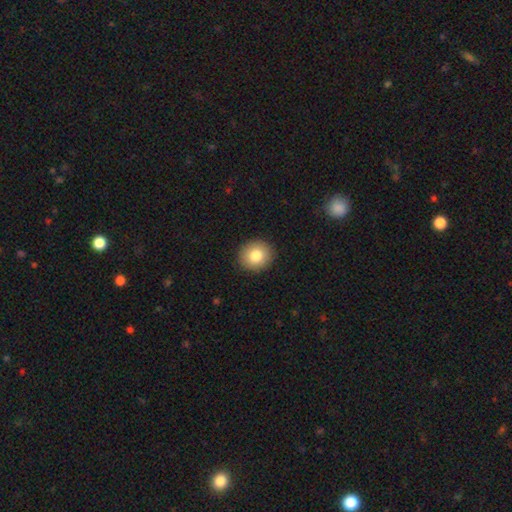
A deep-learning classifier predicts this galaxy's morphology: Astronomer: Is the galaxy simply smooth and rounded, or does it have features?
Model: smooth — 81%.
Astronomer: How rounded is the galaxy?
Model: round — 79%.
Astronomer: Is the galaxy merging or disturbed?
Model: none — 92%.